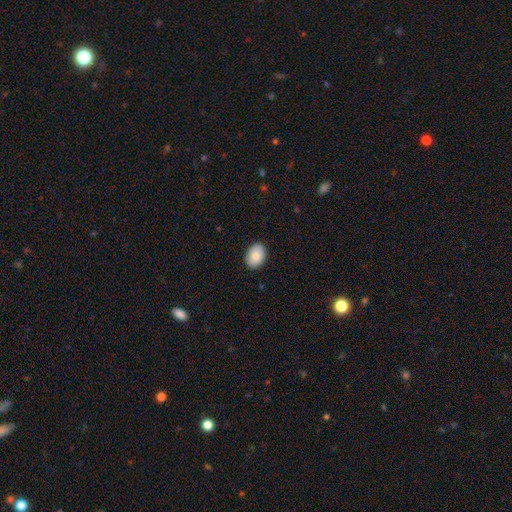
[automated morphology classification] Smooth or featured? Predicted: smooth (p=0.87). How rounded? Predicted: in between (p=0.83). Merging? Predicted: none (p=0.88).